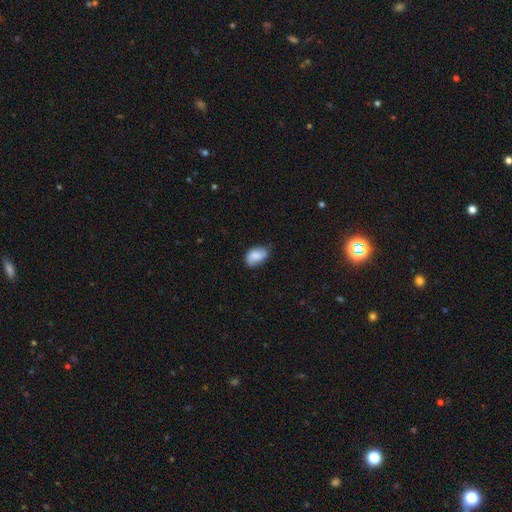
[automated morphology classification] The model was most divided on "merging": none: 66%, minor disturbance: 27%, major disturbance: 5%, merger: 2%. More confident: how rounded — in between (86%); smooth or featured — smooth (72%).